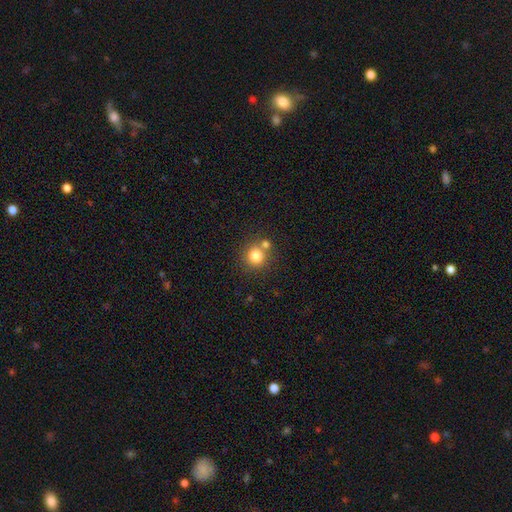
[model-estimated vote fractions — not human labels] A smooth galaxy with no disk features (80%) that is round (91%).

Vote fractions:
- Smooth or featured? smooth: 80% / star or artifact: 12% / featured or disk: 8%
- How rounded? round: 91% / in between: 9% / cigar-shaped: 1%
- Merging? none: 67% / merger: 22% / minor disturbance: 9% / major disturbance: 3%